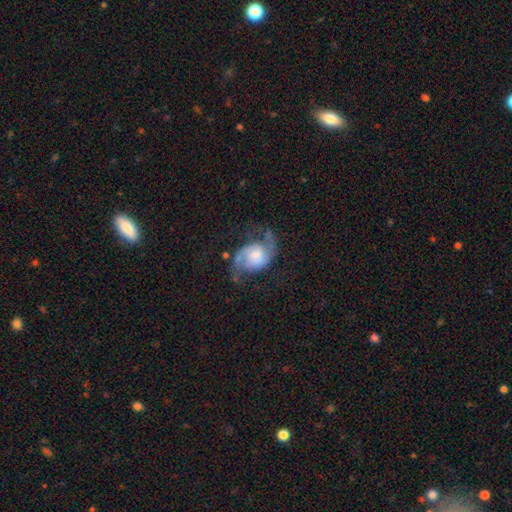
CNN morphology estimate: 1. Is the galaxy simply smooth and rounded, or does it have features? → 84% featured or disk, 10% smooth, 6% star or artifact.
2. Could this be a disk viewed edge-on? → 98% no, 2% yes.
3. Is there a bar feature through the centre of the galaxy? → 64% no, 30% weak, 6% strong.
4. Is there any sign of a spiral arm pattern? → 96% yes, 4% no.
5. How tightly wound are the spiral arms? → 45% loose, 44% medium, 11% tight.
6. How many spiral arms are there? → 93% 2, 2% can't tell, 2% 1, 1% 3, 1% 4, 1% more than 4.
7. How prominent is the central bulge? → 34% moderate, 25% small, 24% large, 12% none, 5% dominant.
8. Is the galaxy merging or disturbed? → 62% none, 20% minor disturbance, 15% major disturbance, 2% merger.